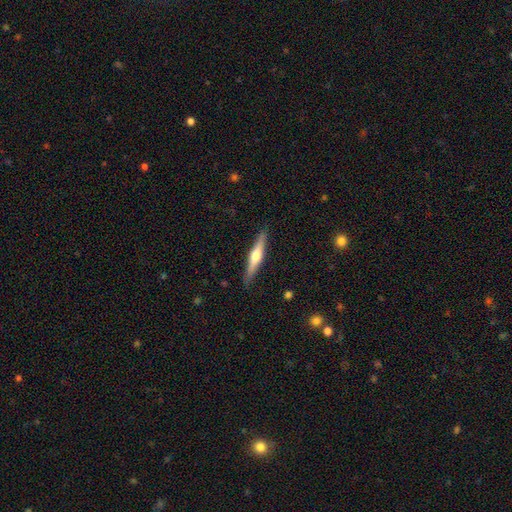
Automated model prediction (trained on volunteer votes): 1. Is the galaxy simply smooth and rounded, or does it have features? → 59% featured or disk, 36% smooth, 5% star or artifact.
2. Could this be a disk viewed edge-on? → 97% yes, 3% no.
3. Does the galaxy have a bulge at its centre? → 88% rounded, 7% boxy, 6% none.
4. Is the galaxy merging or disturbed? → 89% none, 8% minor disturbance, 2% major disturbance, 1% merger.